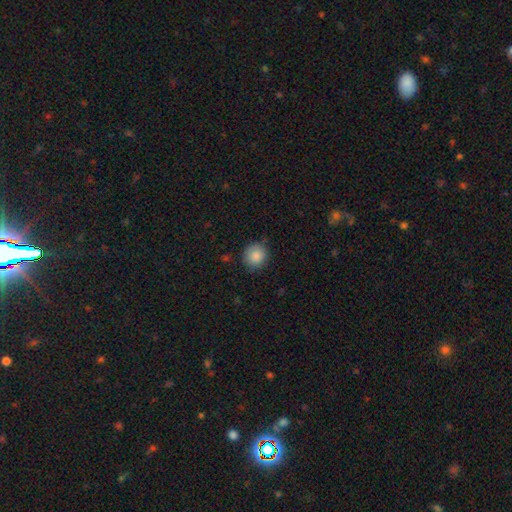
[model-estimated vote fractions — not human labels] Smooth or featured? Predicted: smooth (p=0.87). How rounded? Predicted: round (p=0.89). Merging? Predicted: none (p=0.84).